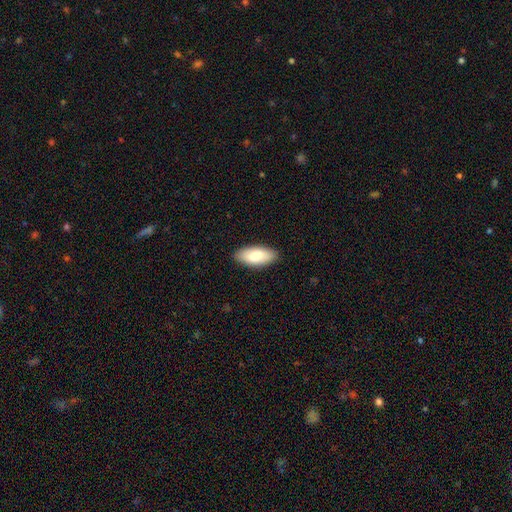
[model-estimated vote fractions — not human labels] A smooth galaxy with no disk features (83%) that is in between round and cigar-shaped (88%). Merging: none (89%).